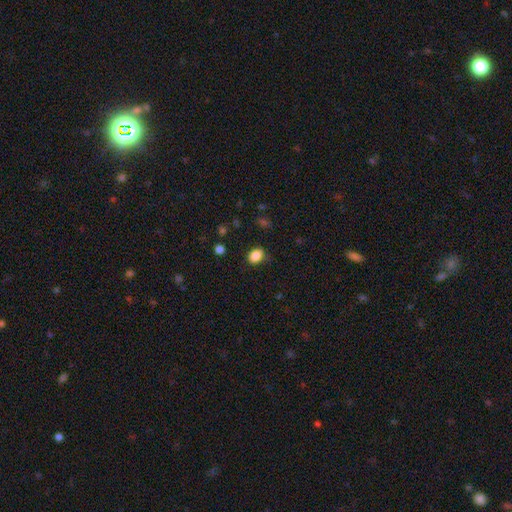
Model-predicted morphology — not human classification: type=smooth (87%); roundness=in between (62%); merging=none (81%).